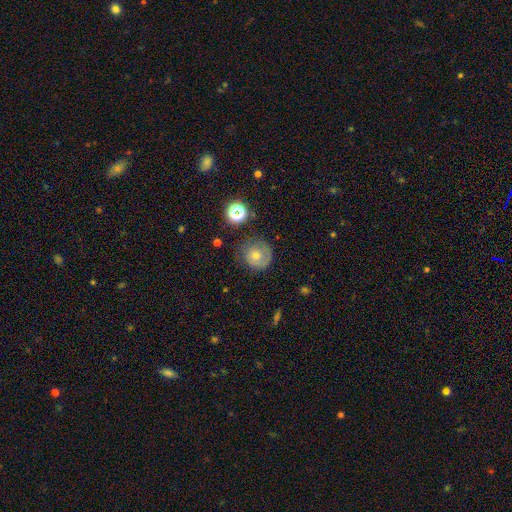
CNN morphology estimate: smooth_or_featured: smooth (p=0.55) [alt: featured or disk p=0.32]
how_rounded: round (p=0.89) [alt: in between p=0.10]
merging: none (p=0.66) [alt: minor disturbance p=0.22]